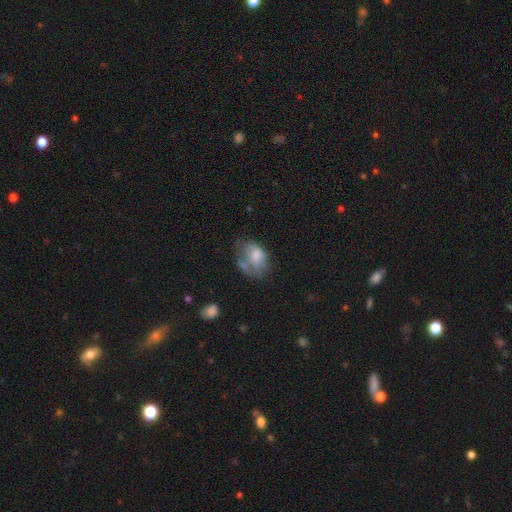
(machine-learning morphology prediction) Q: Smooth or featured?
A: smooth (59%); runner-up: featured or disk (30%)
Q: How rounded?
A: in between (78%); runner-up: round (21%)
Q: Merging?
A: none (36%); runner-up: minor disturbance (29%)